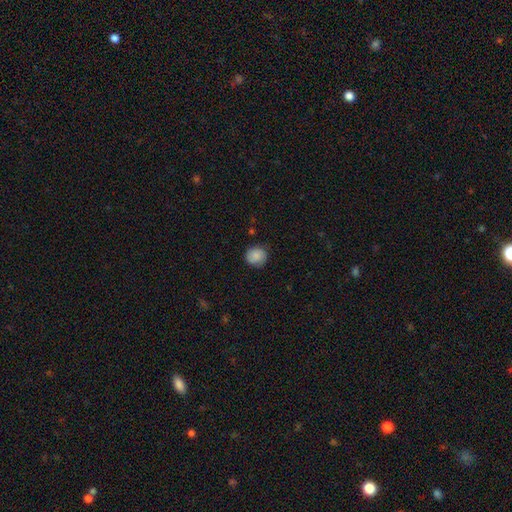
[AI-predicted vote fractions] Smooth or featured: smooth — 84% (featured or disk — 8%)
How rounded: round — 87% (in between — 12%)
Merging: none — 81% (minor disturbance — 14%)